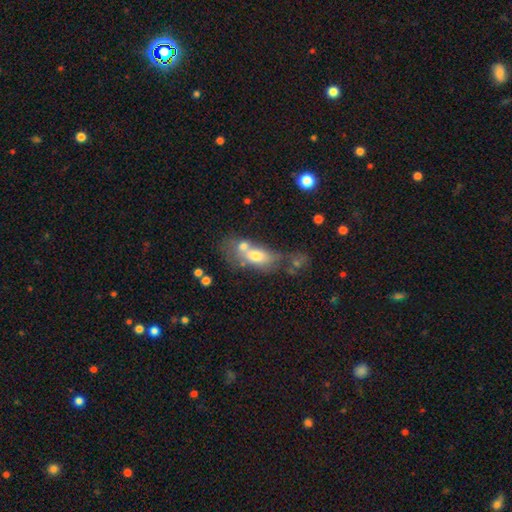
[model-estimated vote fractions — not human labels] Smooth or featured? smooth (63%)
How rounded? in between (78%)
Merging? merger (53%)